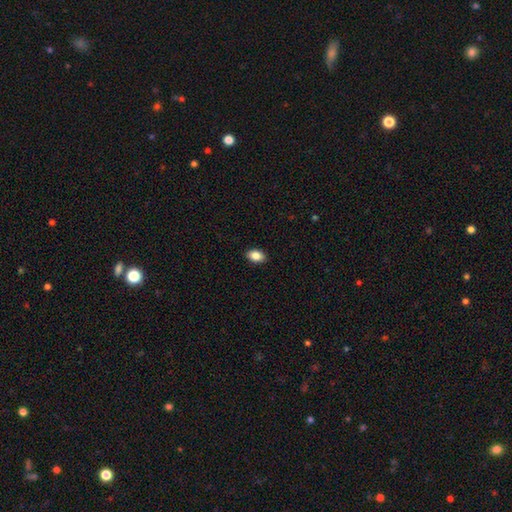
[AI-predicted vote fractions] Overall: smooth (86%). How rounded: in between (85%). Merging: none (90%).